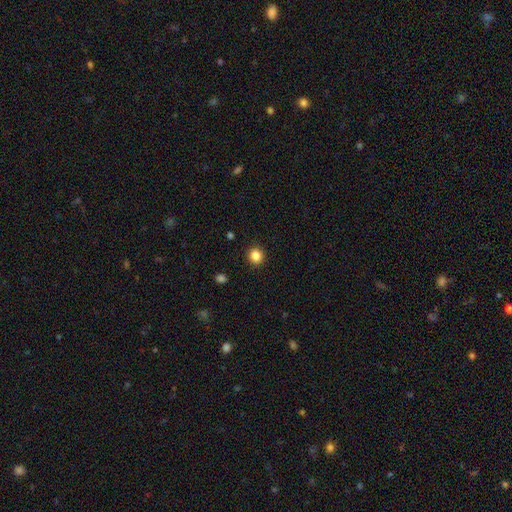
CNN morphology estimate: type=smooth (85%); roundness=round (89%); merging=none (91%).